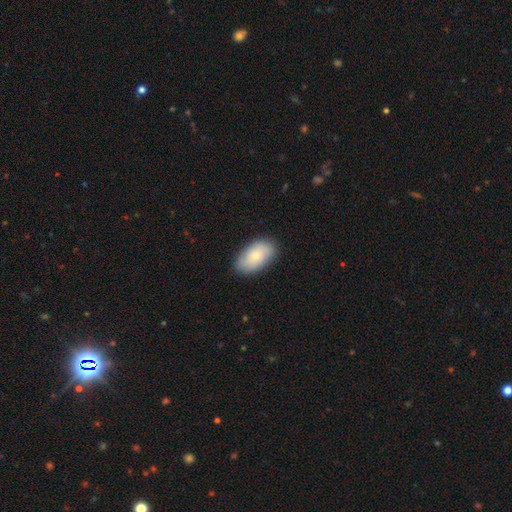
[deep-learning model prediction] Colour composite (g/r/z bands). It shows a smooth galaxy with no disk features (75%) that is in between round and cigar-shaped (94%). Merging: none (83%).